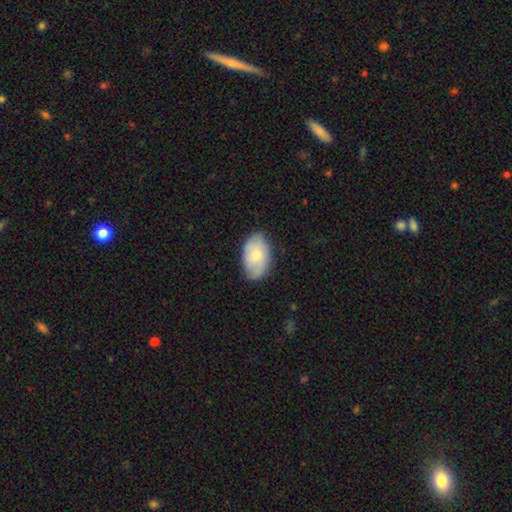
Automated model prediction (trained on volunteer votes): This is likely a smooth galaxy (67%). How rounded: clearly in between (90%). Merging: likely none (75%).